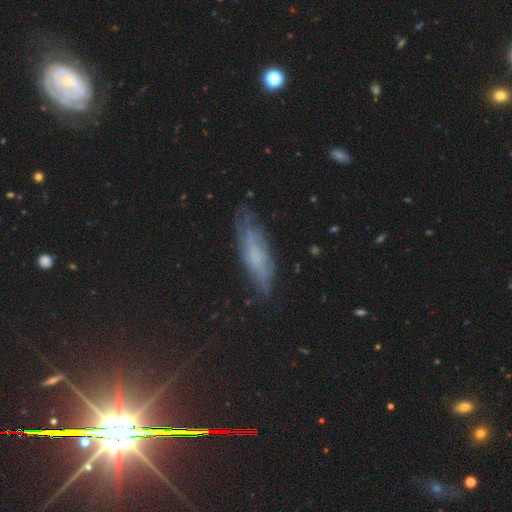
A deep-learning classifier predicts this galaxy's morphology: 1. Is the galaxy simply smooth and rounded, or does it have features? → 43% featured or disk, 42% smooth, 15% star or artifact.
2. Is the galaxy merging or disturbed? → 69% none, 22% minor disturbance, 7% major disturbance, 2% merger.